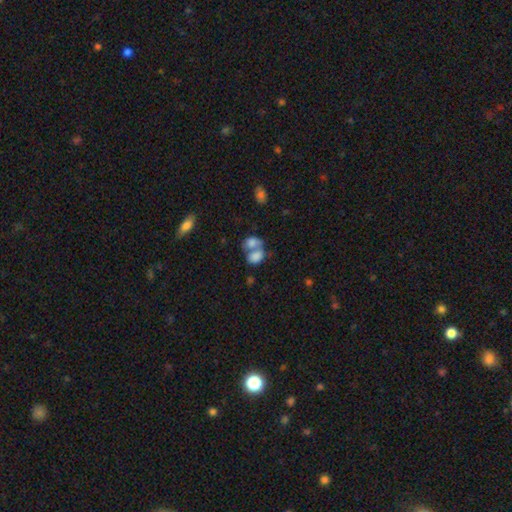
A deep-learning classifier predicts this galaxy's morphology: A smooth galaxy with no disk features (78%) that is in between round and cigar-shaped (78%).

Vote fractions:
- Smooth or featured? smooth: 78% / featured or disk: 14% / star or artifact: 9%
- How rounded? in between: 78% / round: 21% / cigar-shaped: 1%
- Merging? merger: 67% / none: 20% / minor disturbance: 8% / major disturbance: 5%